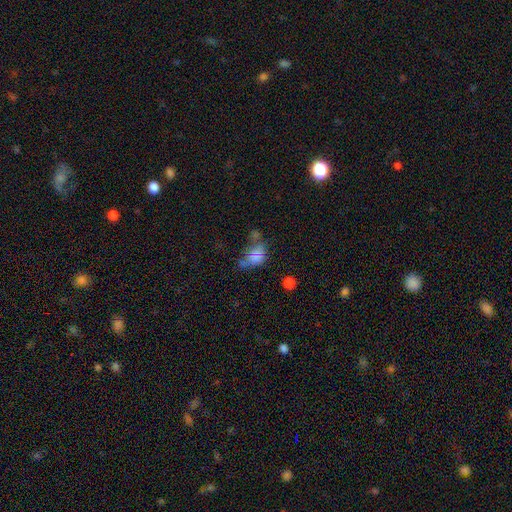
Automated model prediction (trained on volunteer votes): smooth_or_featured: smooth (p=0.60) [alt: featured or disk p=0.22]
how_rounded: in between (p=0.80) [alt: round p=0.17]
merging: none (p=0.28) [alt: major disturbance p=0.25]